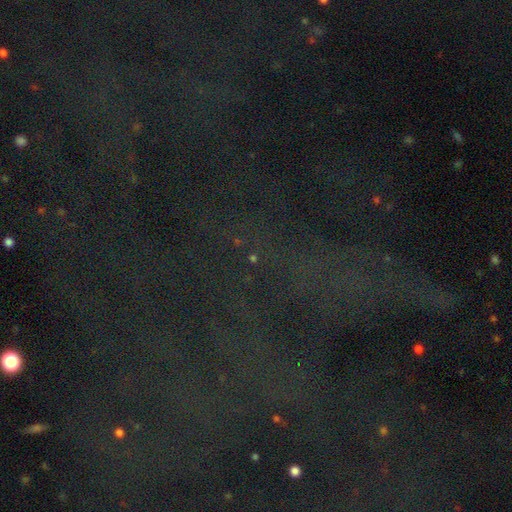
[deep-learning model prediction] This is clearly a star or artifact rather than a galaxy (81%).